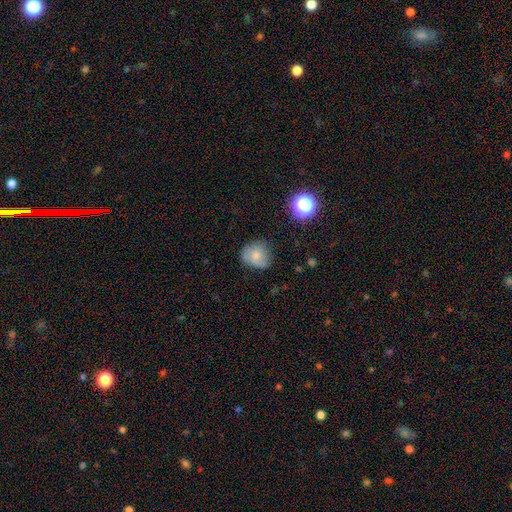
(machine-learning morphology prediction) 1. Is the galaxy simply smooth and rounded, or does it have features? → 60% smooth, 31% featured or disk, 10% star or artifact.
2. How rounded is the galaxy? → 73% round, 26% in between, 1% cigar-shaped.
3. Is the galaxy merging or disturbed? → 61% none, 28% minor disturbance, 9% major disturbance, 2% merger.